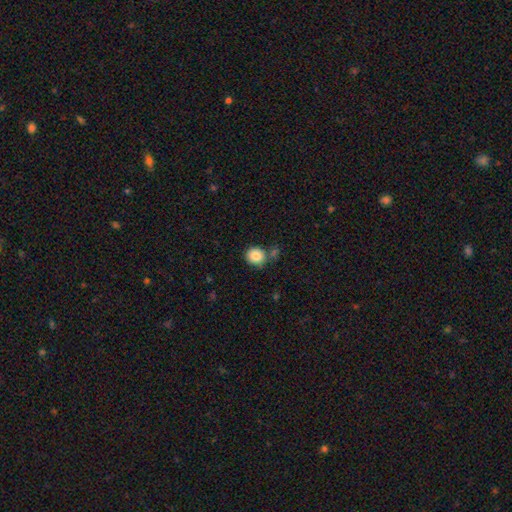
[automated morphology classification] This is clearly a smooth galaxy (85%). How rounded: clearly round (86%). Merging: likely none (71%).